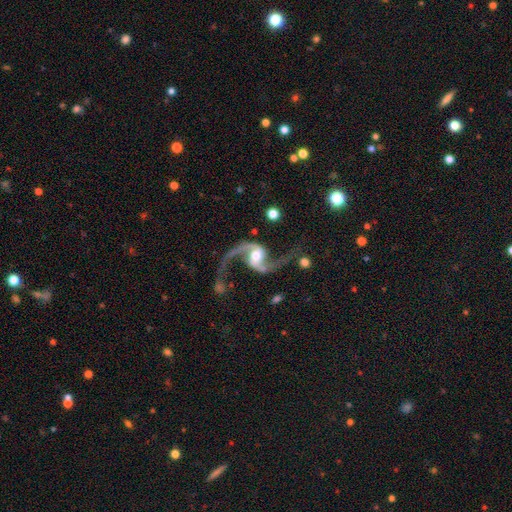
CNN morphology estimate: This is clearly a featured or disk galaxy (94%). It is clearly not viewed edge-on (98%). Bar: marginally weak (38%). Spiral arm pattern: clearly yes (98%). Spiral arm count: clearly 2 (95%). Spiral winding: likely loose (77%). Central bulge: likely moderate (68%). Merging: likely none (71%).